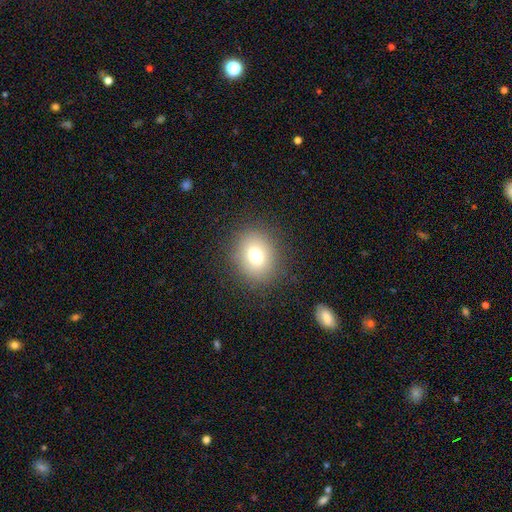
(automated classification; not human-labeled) Smooth or featured? Predicted: smooth (p=0.74). How rounded? Predicted: round (p=0.63). Merging? Predicted: none (p=0.86).